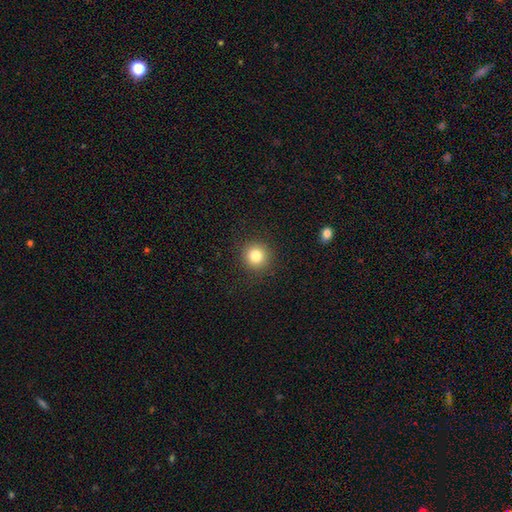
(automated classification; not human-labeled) A smooth galaxy with no disk features (82%) that is round (94%).

Vote fractions:
- Smooth or featured? smooth: 82% / star or artifact: 11% / featured or disk: 7%
- How rounded? round: 94% / in between: 5% / cigar-shaped: 1%
- Merging? none: 91% / minor disturbance: 6% / major disturbance: 2% / merger: 1%